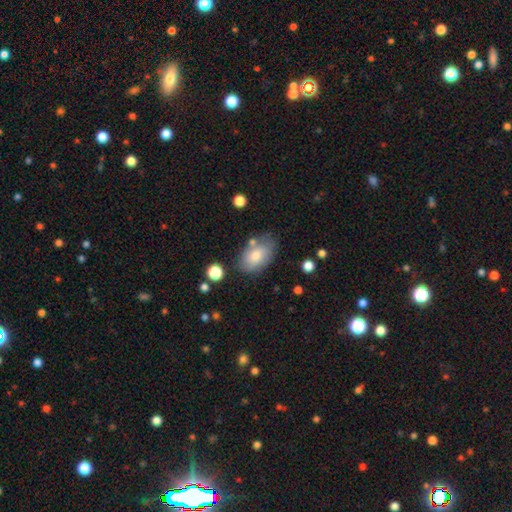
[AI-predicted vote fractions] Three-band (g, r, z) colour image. It shows a smooth galaxy with no disk features (74%) that is in between round and cigar-shaped (90%). Merging: none (66%).